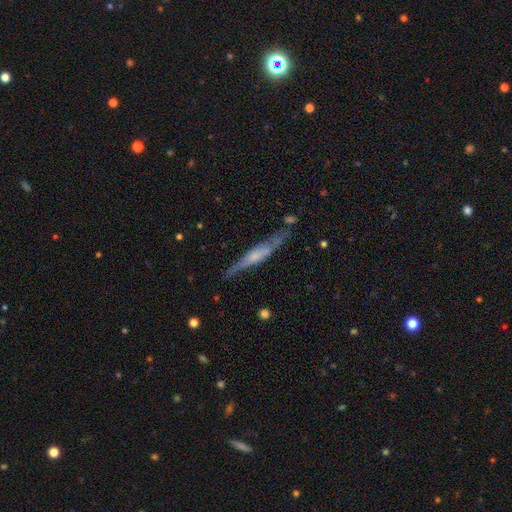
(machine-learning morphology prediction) Smooth or featured?
  - featured or disk: 61% *
  - smooth: 33%
  - star or artifact: 6%
Edge-on disk?
  - yes: 89% *
  - no: 11%
Edge-on bulge?
  - rounded: 36% *
  - boxy: 34%
  - none: 30%
Merging?
  - none: 65% *
  - minor disturbance: 23%
  - major disturbance: 7%
  - merger: 5%